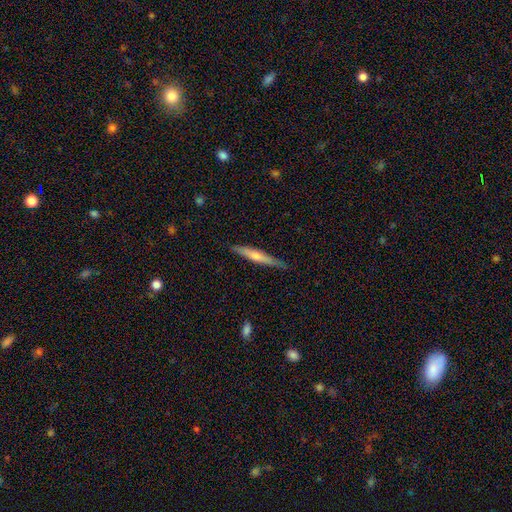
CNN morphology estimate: Smooth or featured?
  - featured or disk: 54% *
  - smooth: 40%
  - star or artifact: 6%
Edge-on disk?
  - yes: 96% *
  - no: 4%
Edge-on bulge?
  - rounded: 63% *
  - none: 29%
  - boxy: 9%
Merging?
  - none: 84% *
  - minor disturbance: 13%
  - major disturbance: 2%
  - merger: 1%